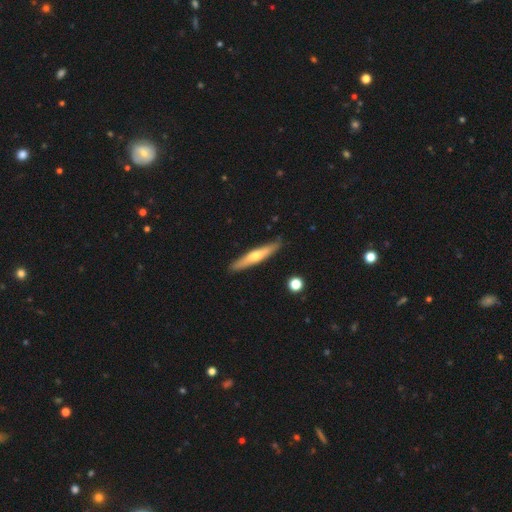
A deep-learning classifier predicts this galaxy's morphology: featured or disk 50%, smooth 44%, star or artifact 6%. Down the decision tree: edge-on disk — yes (91%); merging — none (88%).